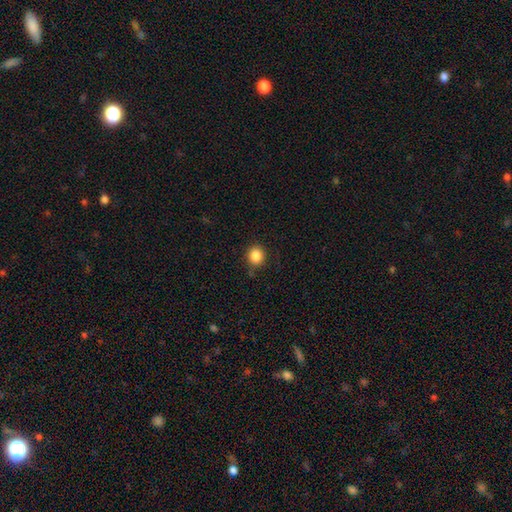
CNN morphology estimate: The model was most divided on "how rounded": round: 84%, in between: 15%, cigar-shaped: 1%. More confident: smooth or featured — smooth (86%); merging — none (85%).